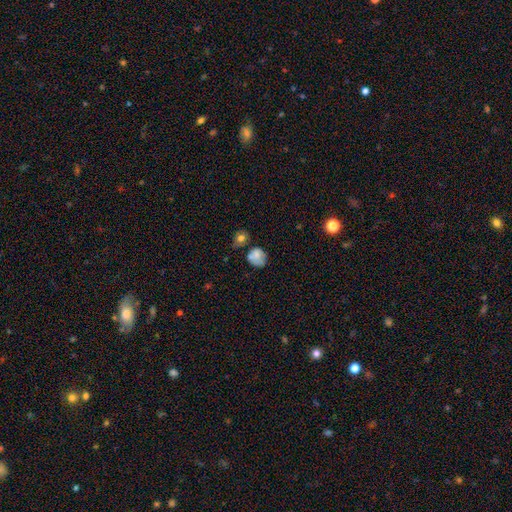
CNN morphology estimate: This appears to be a smooth galaxy with no disk features (71%) that is round (67%). Merging: none (44%).